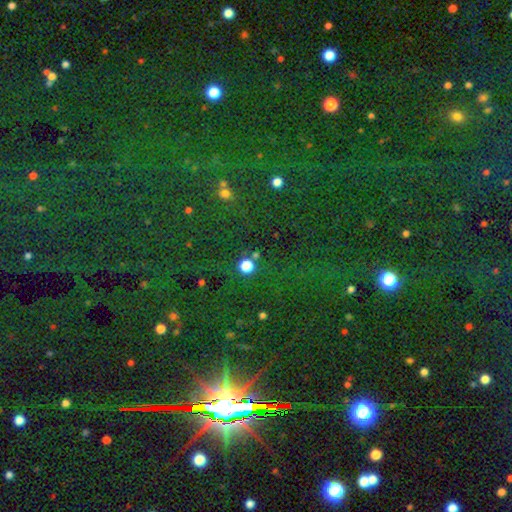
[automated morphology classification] This is likely a star or artifact rather than a galaxy (64%).